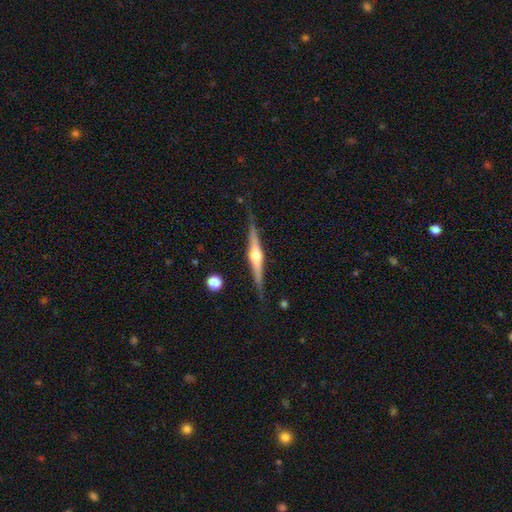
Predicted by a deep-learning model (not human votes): Smooth or featured? Predicted: featured or disk (p=0.81). Edge-on disk? Predicted: yes (p=0.98). Edge-on bulge? Predicted: rounded (p=0.92). Merging? Predicted: none (p=0.85).